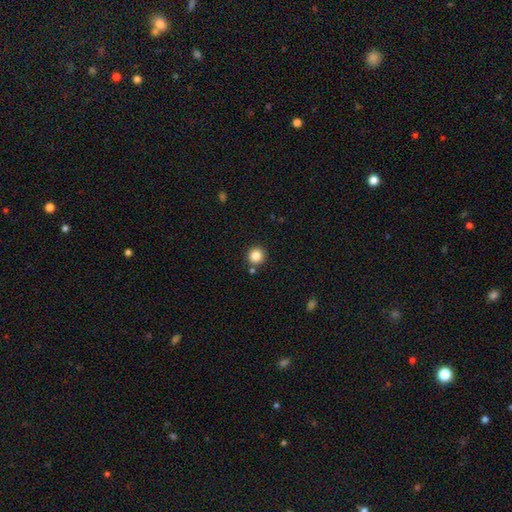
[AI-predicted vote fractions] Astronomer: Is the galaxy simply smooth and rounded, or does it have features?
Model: smooth — 84%.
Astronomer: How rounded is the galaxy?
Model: round — 94%.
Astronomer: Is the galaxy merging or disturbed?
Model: none — 85%.